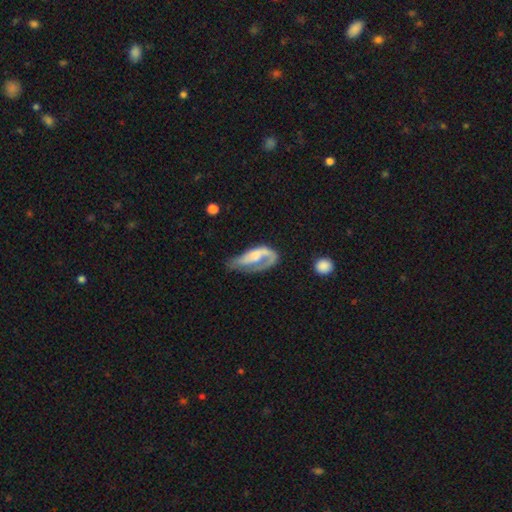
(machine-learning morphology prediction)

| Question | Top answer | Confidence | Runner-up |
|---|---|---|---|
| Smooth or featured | featured or disk | 67% | smooth (27%) |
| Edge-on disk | no | 94% | yes (6%) |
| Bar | no | 62% | weak (28%) |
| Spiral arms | yes | 85% | no (15%) |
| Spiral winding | medium | 38% | loose (37%) |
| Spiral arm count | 1 | 66% | 2 (24%) |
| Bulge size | none | 30% | moderate (28%) |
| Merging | major disturbance | 41% | none (31%) |